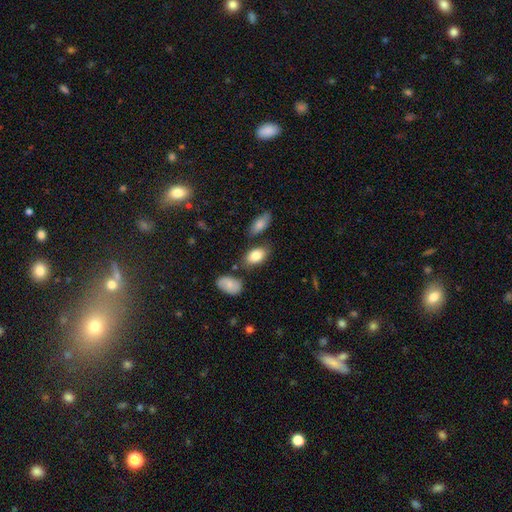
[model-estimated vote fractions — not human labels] This is clearly a smooth galaxy (81%). How rounded: clearly in between (91%). Merging: likely none (76%).